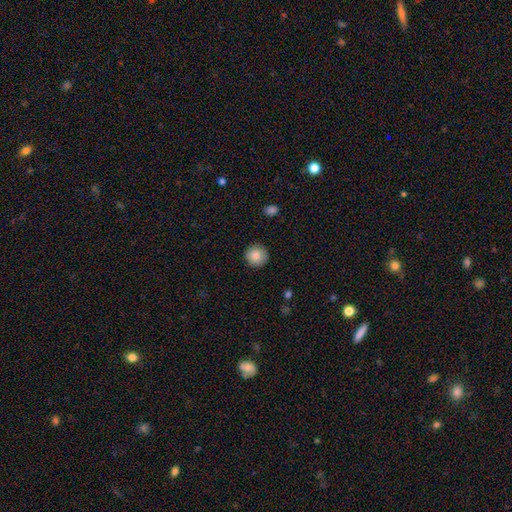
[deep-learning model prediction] smooth 86%, star or artifact 8%, featured or disk 6%. Down the decision tree: how rounded — round (95%); merging — none (90%).